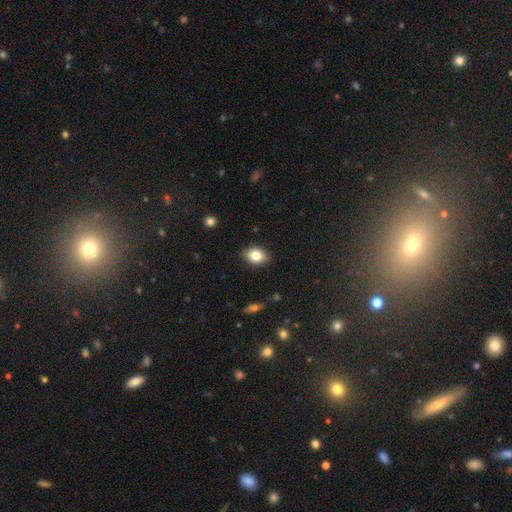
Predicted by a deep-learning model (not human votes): smooth 82%, featured or disk 9%, star or artifact 9%. Down the decision tree: how rounded — in between (71%); merging — none (86%).